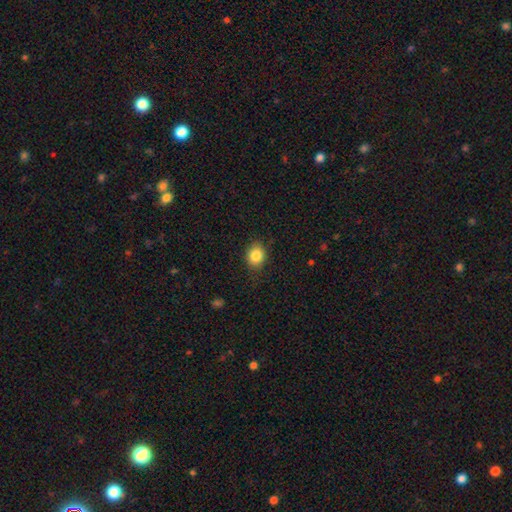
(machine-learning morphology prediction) Q: Smooth or featured?
A: smooth (85%); runner-up: star or artifact (9%)
Q: How rounded?
A: round (52%); runner-up: in between (47%)
Q: Merging?
A: none (84%); runner-up: minor disturbance (12%)